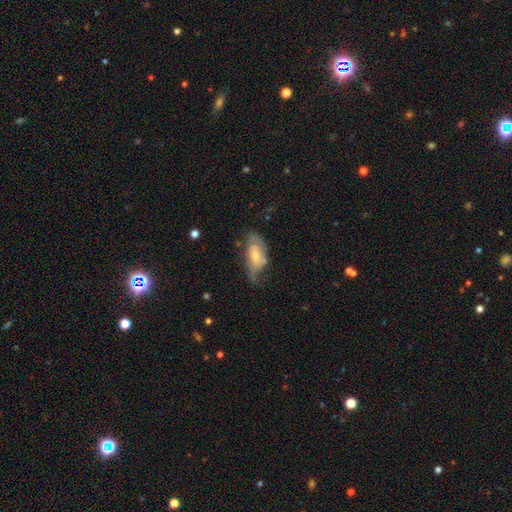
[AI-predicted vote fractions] Smooth or featured: featured or disk — 52% (smooth — 41%)
Edge-on disk: no — 90% (yes — 10%)
Merging: none — 41% (minor disturbance — 34%)